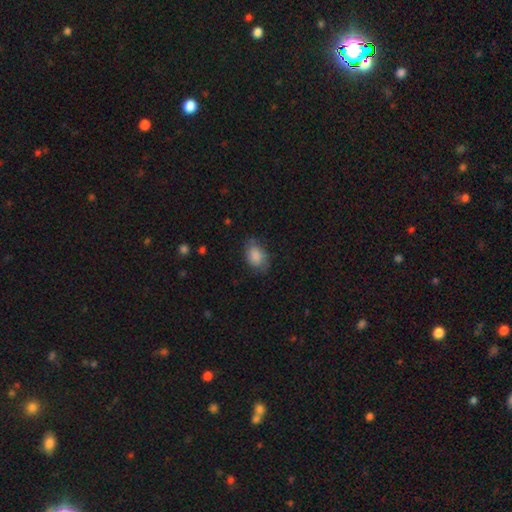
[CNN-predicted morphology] smooth_or_featured: smooth (p=0.72) [alt: featured or disk p=0.20]
how_rounded: in between (p=0.79) [alt: round p=0.20]
merging: none (p=0.65) [alt: minor disturbance p=0.25]